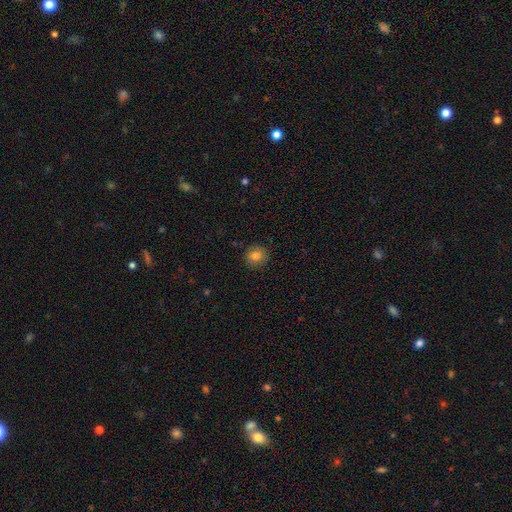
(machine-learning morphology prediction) Overall: smooth (83%). How rounded: round (83%). Merging: none (88%).